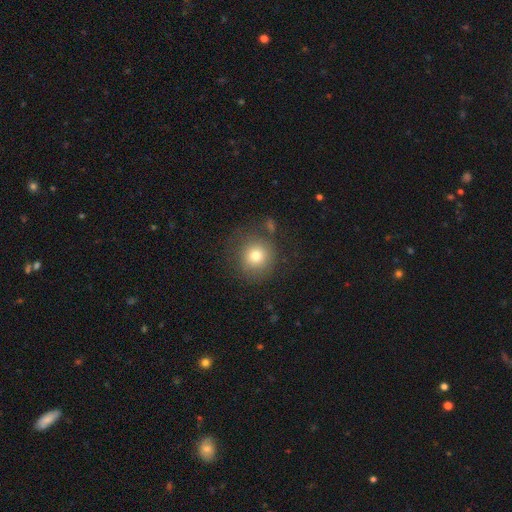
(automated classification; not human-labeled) smooth-or-featured: smooth: 77% | star or artifact: 12% | featured or disk: 11%
  how-rounded: round: 92% | in between: 7% | cigar-shaped: 1%
  merging: none: 77% | minor disturbance: 13% | major disturbance: 6% | merger: 3%